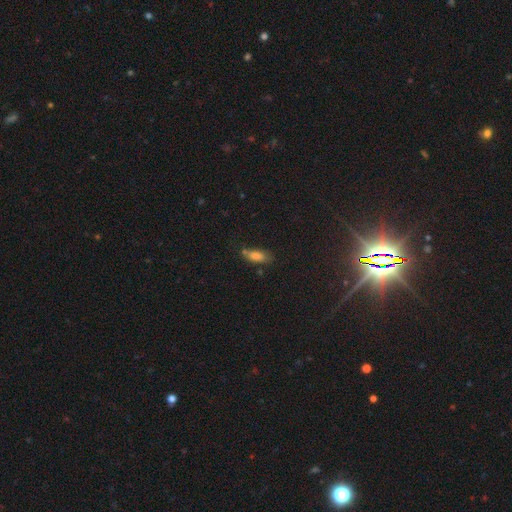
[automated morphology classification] Overall: smooth (76%). How rounded: in between (70%). Merging: none (64%).